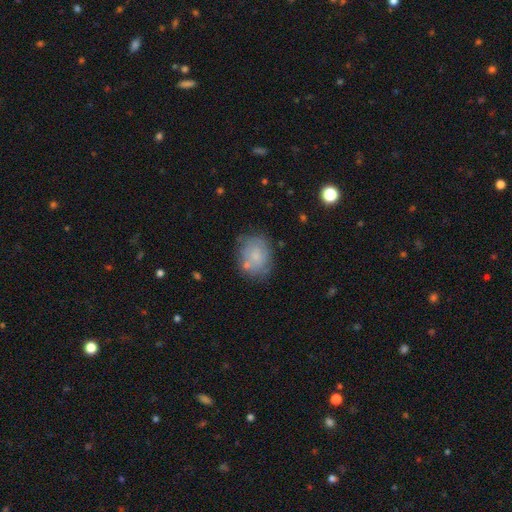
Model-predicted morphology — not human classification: This appears to be a smooth galaxy with no disk features (57%) that is round (63%). Merging: none (60%).